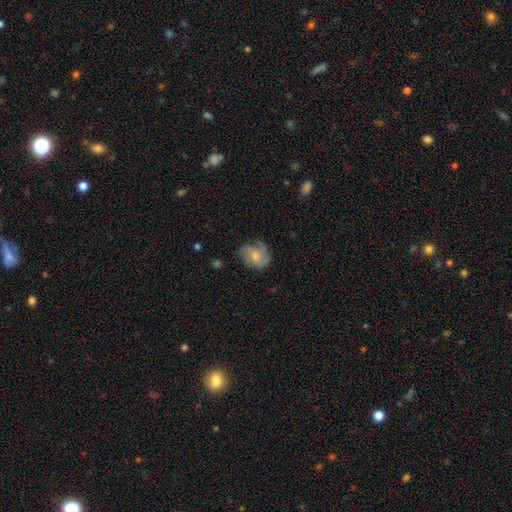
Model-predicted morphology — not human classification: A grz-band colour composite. It shows a featured or disk galaxy (52%) with no bar (72%), spiral arms (80%) and a small central bulge (44%). Merging: none (56%).